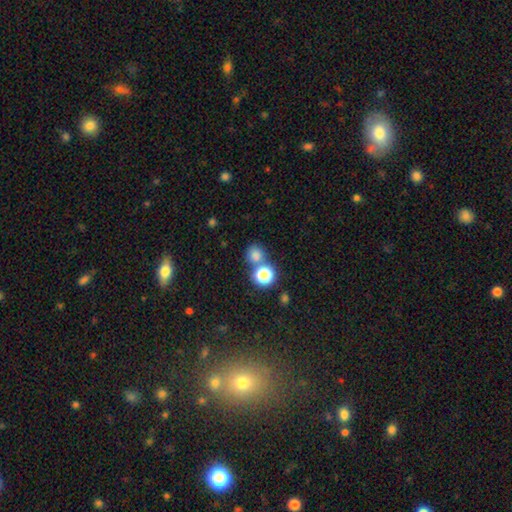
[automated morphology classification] Smooth or featured? Predicted: smooth (p=0.74). How rounded? Predicted: round (p=0.85). Merging? Predicted: none (p=0.60).